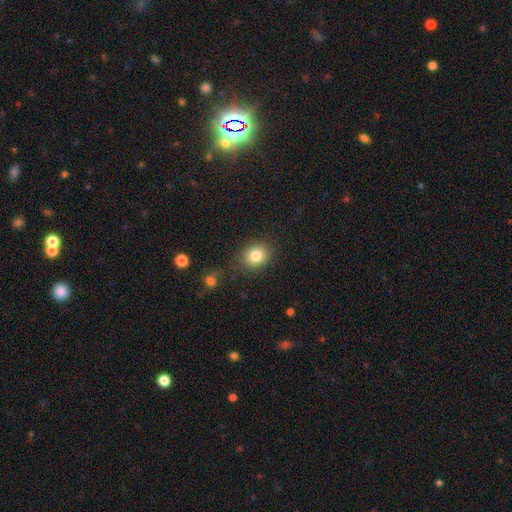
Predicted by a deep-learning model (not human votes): Smooth or featured?
  - smooth: 83% *
  - star or artifact: 10%
  - featured or disk: 7%
How rounded?
  - round: 51% *
  - in between: 48%
  - cigar-shaped: 1%
Merging?
  - none: 81% *
  - minor disturbance: 12%
  - major disturbance: 4%
  - merger: 3%